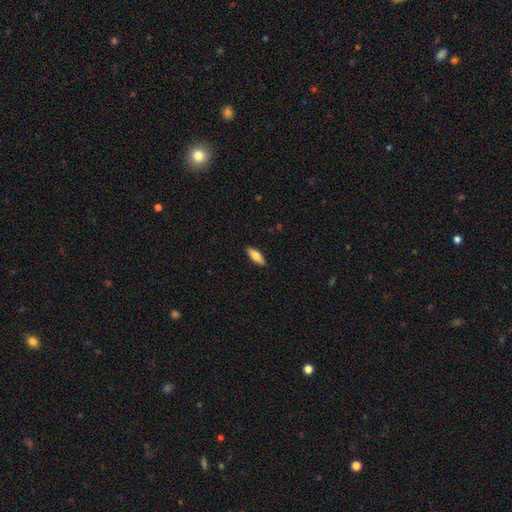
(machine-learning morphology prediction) The model was most divided on "how rounded": in between: 61%, cigar-shaped: 37%, round: 2%. More confident: merging — none (89%); smooth or featured — smooth (71%).